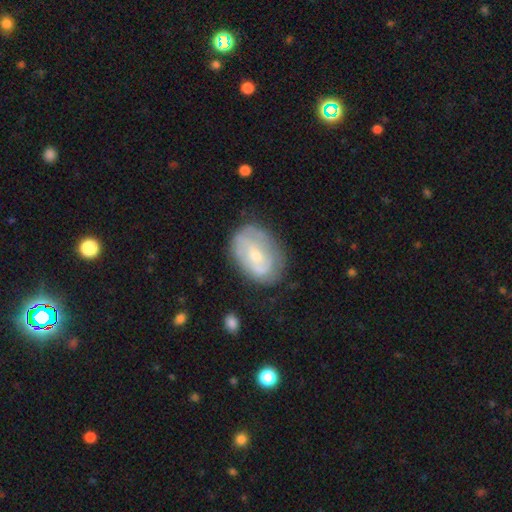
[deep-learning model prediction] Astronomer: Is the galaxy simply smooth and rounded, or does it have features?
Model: featured or disk — 60%.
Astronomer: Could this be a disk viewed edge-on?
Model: no — 95%.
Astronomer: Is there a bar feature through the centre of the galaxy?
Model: no — 54% (runner-up: weak, 34%).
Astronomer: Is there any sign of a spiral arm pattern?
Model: yes — 56% (runner-up: no, 44%).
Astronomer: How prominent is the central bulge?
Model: small — 59% (runner-up: moderate, 37%).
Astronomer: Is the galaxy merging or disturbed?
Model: none — 66%.